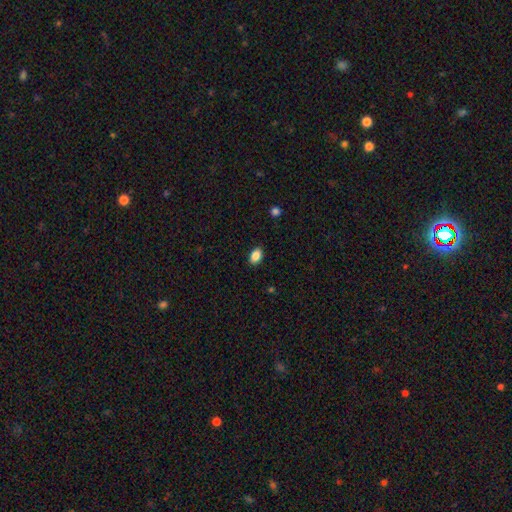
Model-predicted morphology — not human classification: The model was most divided on "how rounded": in between: 86%, round: 13%, cigar-shaped: 1%. More confident: merging — none (88%); smooth or featured — smooth (87%).